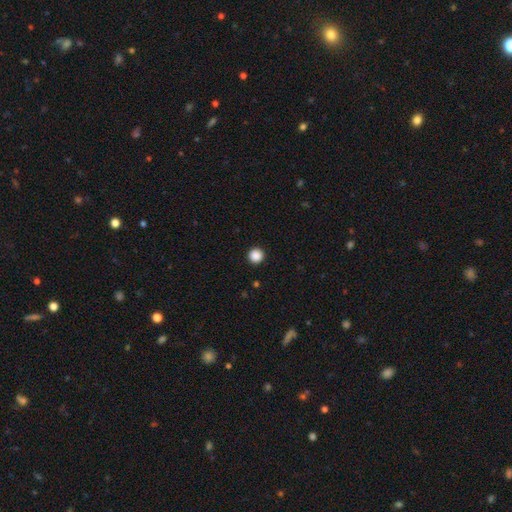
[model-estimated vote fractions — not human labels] A smooth galaxy with no disk features (88%) that is round (96%). Merging: none (94%).